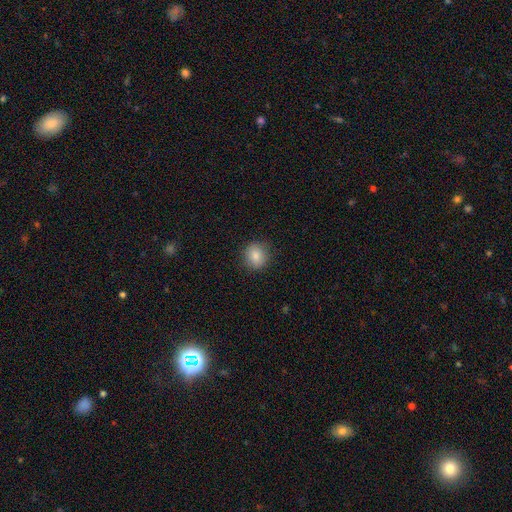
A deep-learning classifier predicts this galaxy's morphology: smooth-or-featured: smooth: 86% | star or artifact: 9% | featured or disk: 6%
  how-rounded: round: 78% | in between: 21% | cigar-shaped: 1%
  merging: none: 86% | minor disturbance: 10% | major disturbance: 3% | merger: 1%